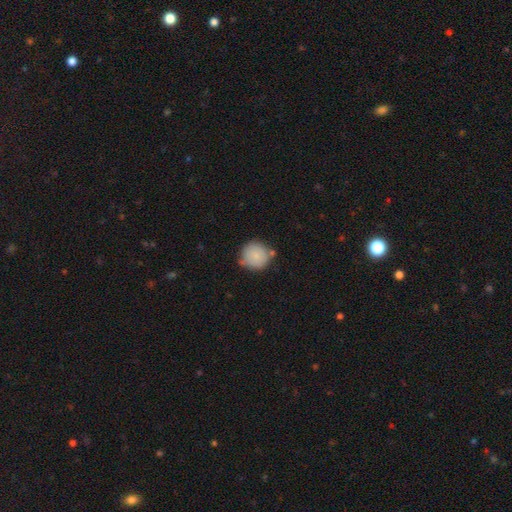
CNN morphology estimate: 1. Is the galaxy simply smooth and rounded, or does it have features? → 84% smooth, 9% featured or disk, 7% star or artifact.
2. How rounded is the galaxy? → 90% round, 9% in between, 1% cigar-shaped.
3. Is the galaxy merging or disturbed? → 61% none, 22% minor disturbance, 11% merger, 5% major disturbance.